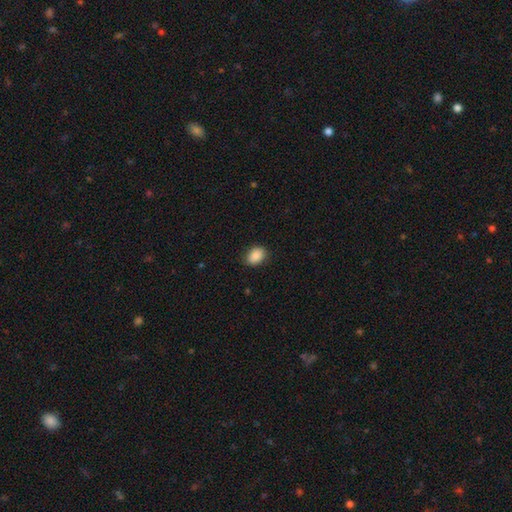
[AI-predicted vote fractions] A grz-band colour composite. It shows a smooth galaxy with no disk features (89%) that is in between round and cigar-shaped (77%). Merging: none (84%).